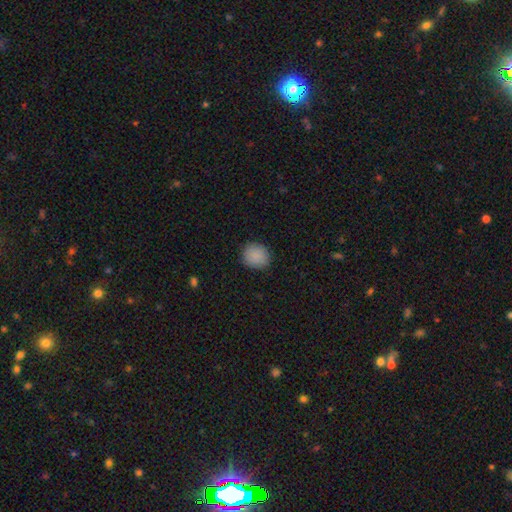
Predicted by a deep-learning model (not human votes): This appears to be a smooth galaxy with no disk features (88%) that is round (78%). Merging: none (88%).